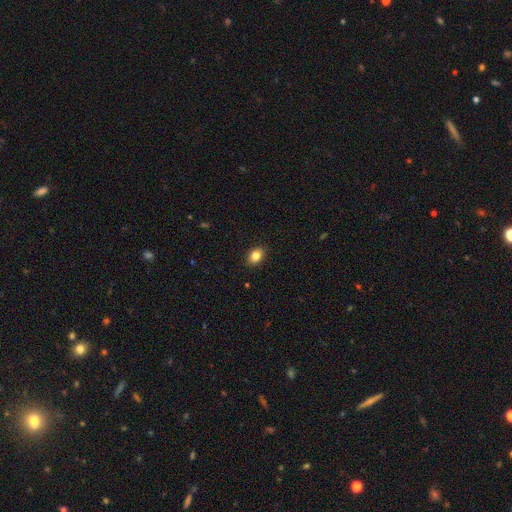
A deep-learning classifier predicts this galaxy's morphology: Smooth or featured: smooth — 84% (star or artifact — 9%)
How rounded: in between — 69% (round — 29%)
Merging: none — 89% (minor disturbance — 8%)